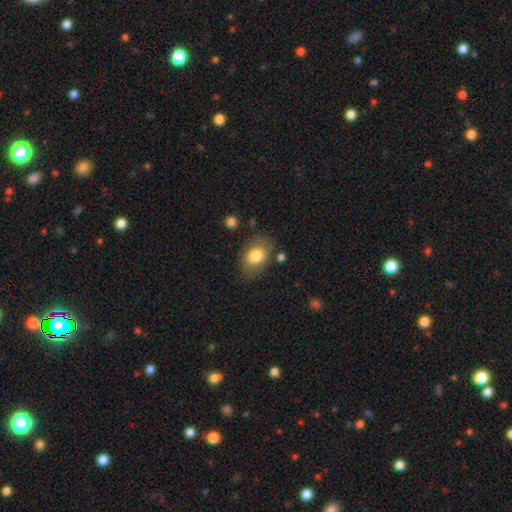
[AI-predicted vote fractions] smooth-or-featured: smooth: 74% | featured or disk: 19% | star or artifact: 7%
  how-rounded: in between: 76% | round: 23% | cigar-shaped: 1%
  merging: none: 70% | minor disturbance: 19% | major disturbance: 7% | merger: 4%